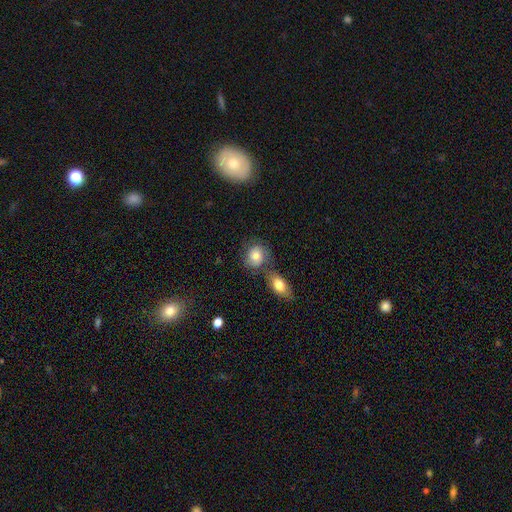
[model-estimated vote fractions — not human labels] A smooth galaxy with no disk features (75%) that is round (63%).

Vote fractions:
- Smooth or featured? smooth: 75% / featured or disk: 16% / star or artifact: 9%
- How rounded? round: 63% / in between: 36% / cigar-shaped: 2%
- Merging? none: 50% / merger: 28% / minor disturbance: 16% / major disturbance: 7%